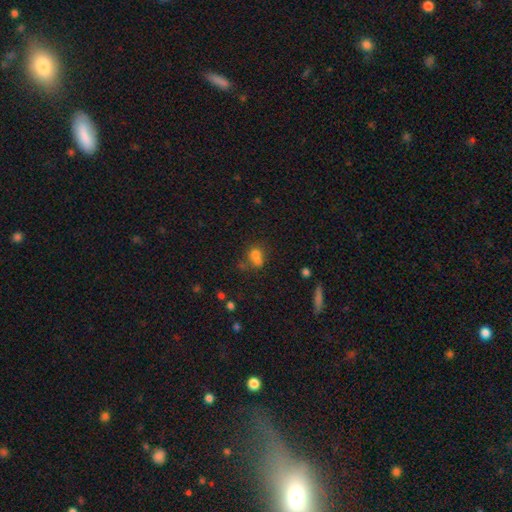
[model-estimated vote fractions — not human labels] smooth-or-featured: smooth: 72% | star or artifact: 15% | featured or disk: 13%
  how-rounded: round: 61% | in between: 37% | cigar-shaped: 2%
  merging: merger: 42% | none: 36% | minor disturbance: 14% | major disturbance: 8%